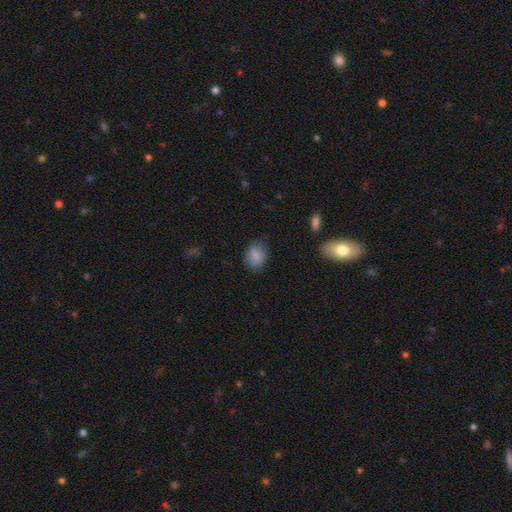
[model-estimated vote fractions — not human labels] This appears to be a smooth galaxy with no disk features (85%) that is in between round and cigar-shaped (53%). Merging: none (79%).